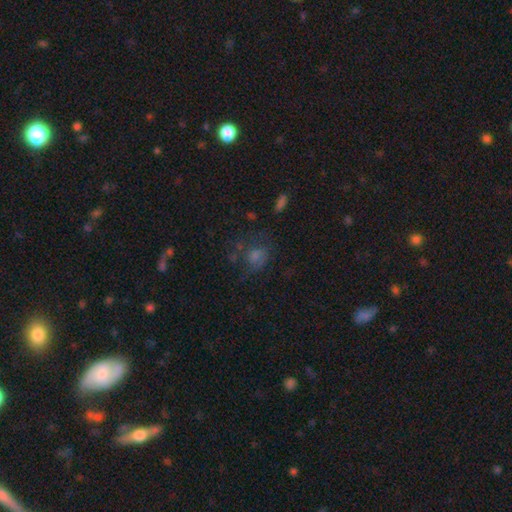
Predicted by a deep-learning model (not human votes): smooth 45%, featured or disk 28%, star or artifact 26%. Down the decision tree: merging — none (55%).